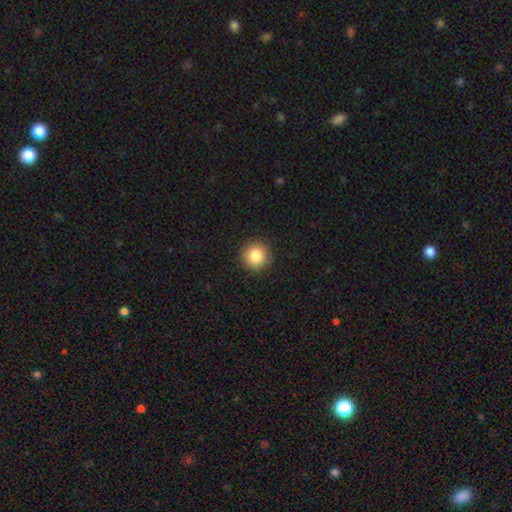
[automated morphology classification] Smooth or featured? Predicted: smooth (p=0.85). How rounded? Predicted: round (p=0.95). Merging? Predicted: none (p=0.92).